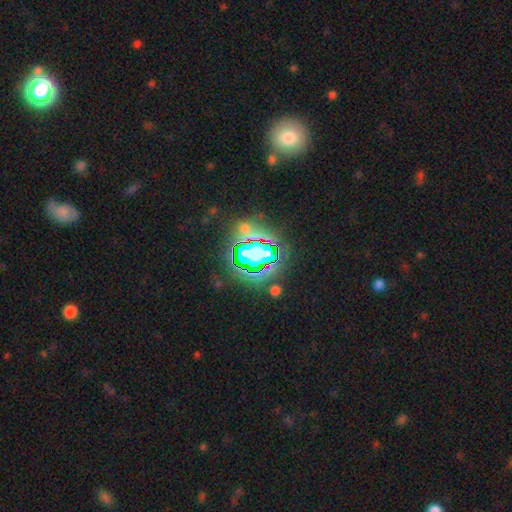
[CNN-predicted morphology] type=star or artifact (80%).